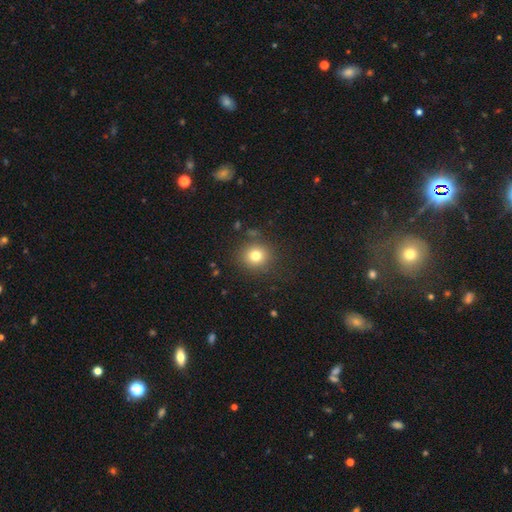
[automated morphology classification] A smooth galaxy with no disk features (78%) that is round (87%). Merging: none (86%).